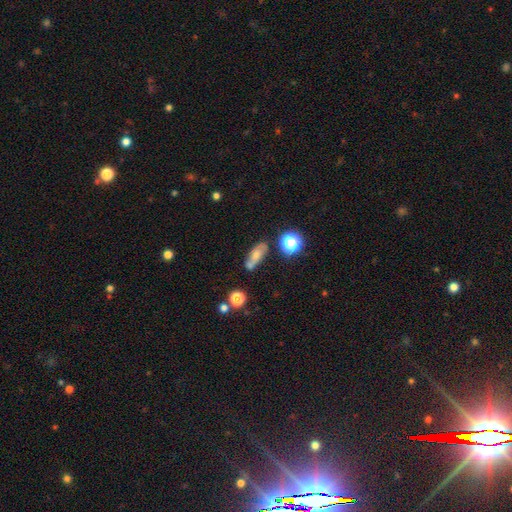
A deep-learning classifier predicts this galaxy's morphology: Smooth or featured: smooth — 55% (featured or disk — 31%)
How rounded: in between — 60% (cigar-shaped — 25%)
Merging: none — 57% (minor disturbance — 20%)